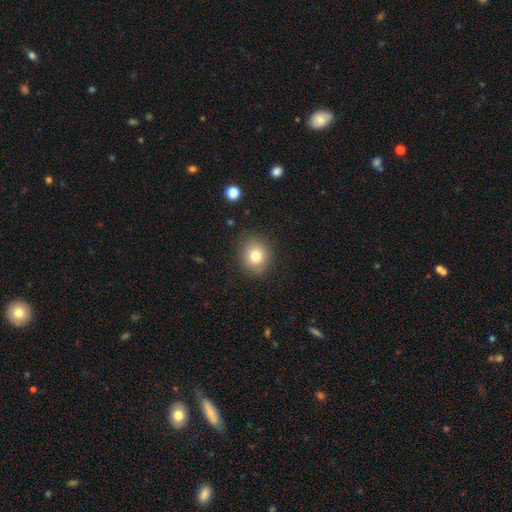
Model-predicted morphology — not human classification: The model was most divided on "how rounded": round: 78%, in between: 21%, cigar-shaped: 1%. More confident: merging — none (84%); smooth or featured — smooth (78%).